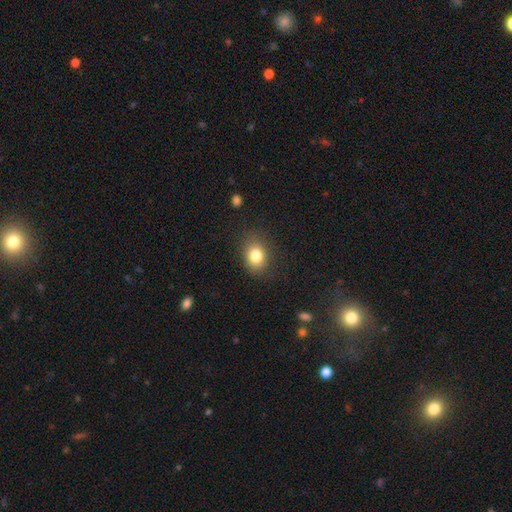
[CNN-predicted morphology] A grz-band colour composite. It shows a smooth galaxy with no disk features (81%) that is in between round and cigar-shaped (58%). Merging: none (81%).